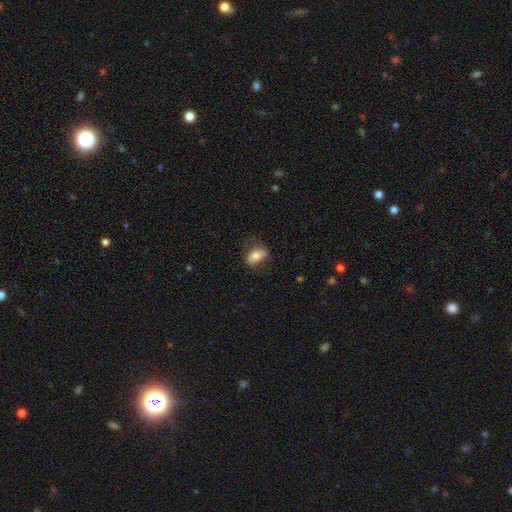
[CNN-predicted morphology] Smooth or featured: smooth — 68% (featured or disk — 25%)
How rounded: in between — 86% (round — 11%)
Merging: none — 67% (minor disturbance — 22%)